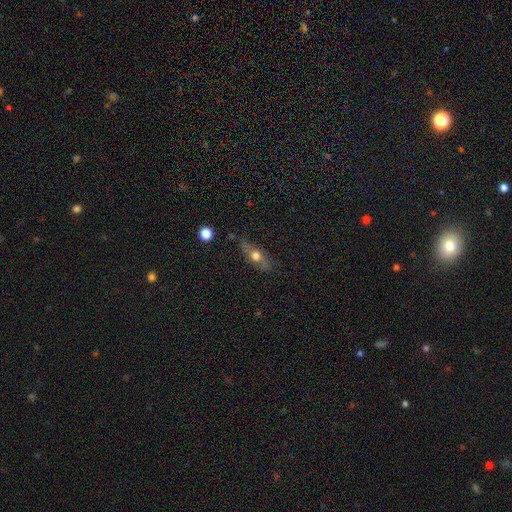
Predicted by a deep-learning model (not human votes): A smooth galaxy with no disk features (51%) that is in between round and cigar-shaped (47%). Merging: none (70%).